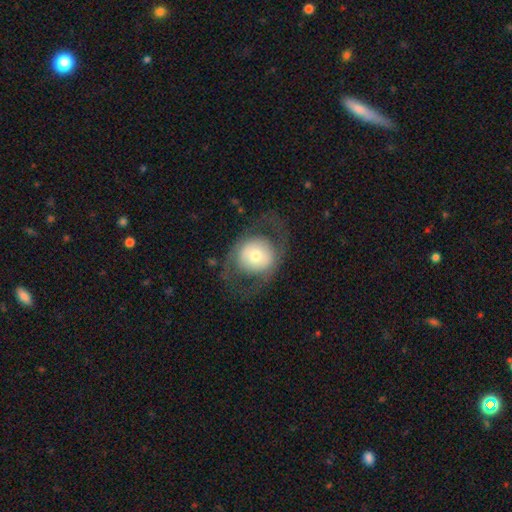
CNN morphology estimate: Overall: smooth (48%; featured or disk 45%). Merging: none (68%).